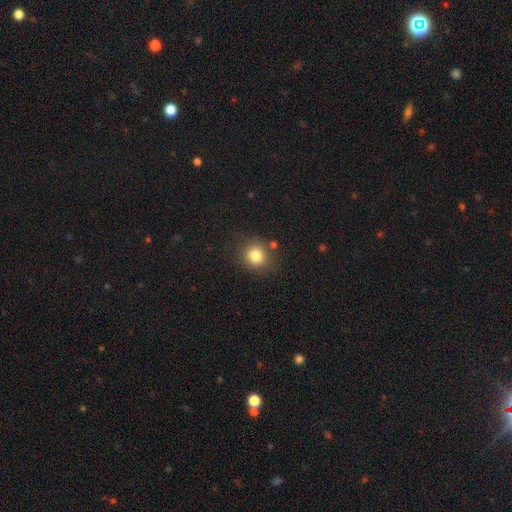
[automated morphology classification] Smooth or featured? smooth (82%)
How rounded? round (81%)
Merging? none (79%)